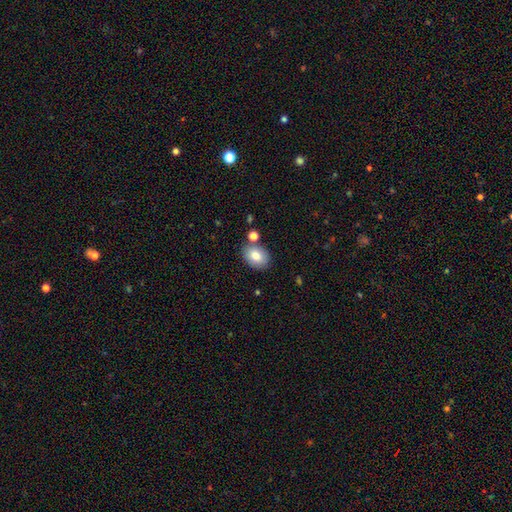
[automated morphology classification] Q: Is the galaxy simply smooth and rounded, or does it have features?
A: smooth — 79%.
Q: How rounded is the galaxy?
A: in between — 76%.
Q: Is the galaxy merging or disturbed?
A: none — 76%.